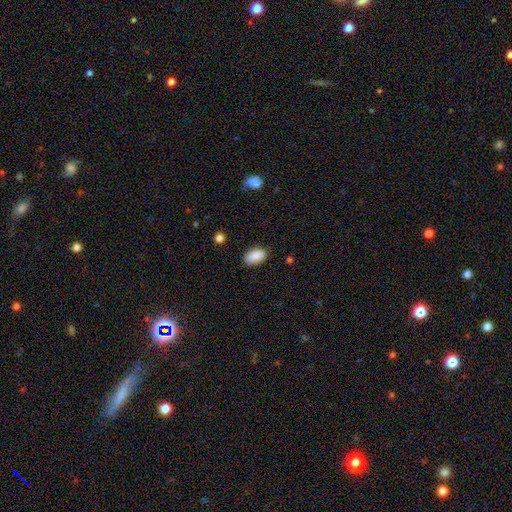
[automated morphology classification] type=smooth (88%); roundness=in between (93%); merging=none (82%).